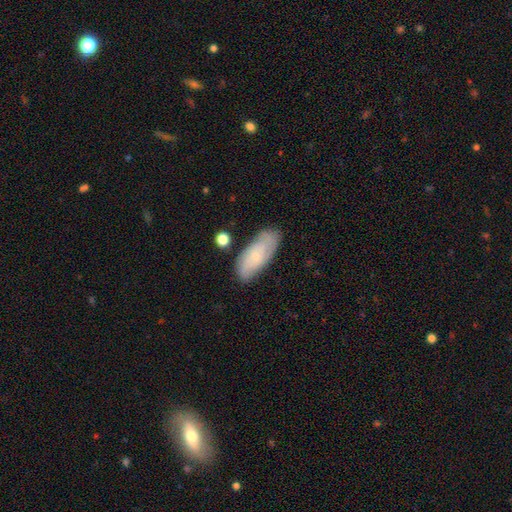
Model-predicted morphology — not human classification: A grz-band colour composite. It shows a featured or disk galaxy (48%). Merging: none (74%).